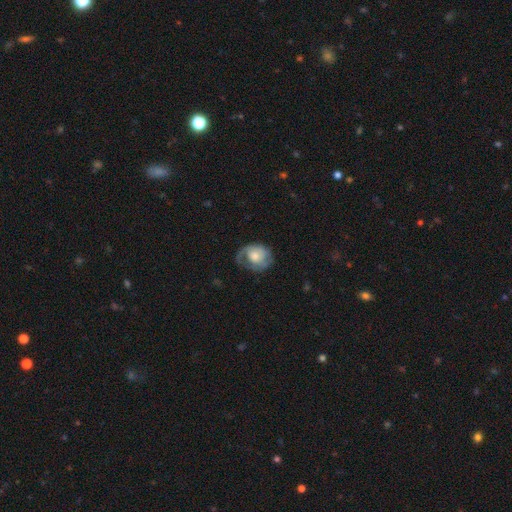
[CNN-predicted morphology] A featured or disk galaxy (47%).

Vote fractions:
- Smooth or featured? featured or disk: 47% / smooth: 46% / star or artifact: 7%
- Merging? none: 50% / minor disturbance: 27% / major disturbance: 22% / merger: 1%